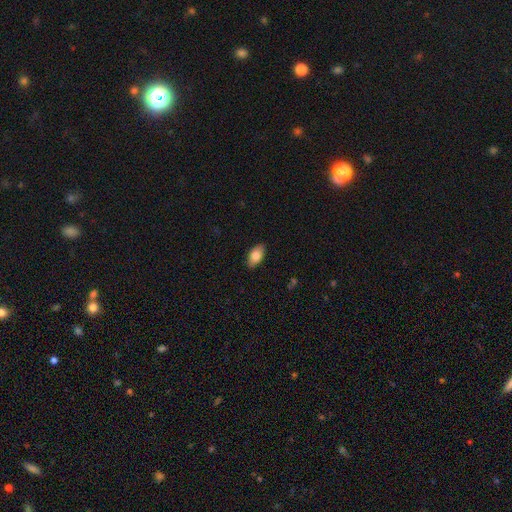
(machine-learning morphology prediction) type=smooth (84%); roundness=in between (93%); merging=none (87%).